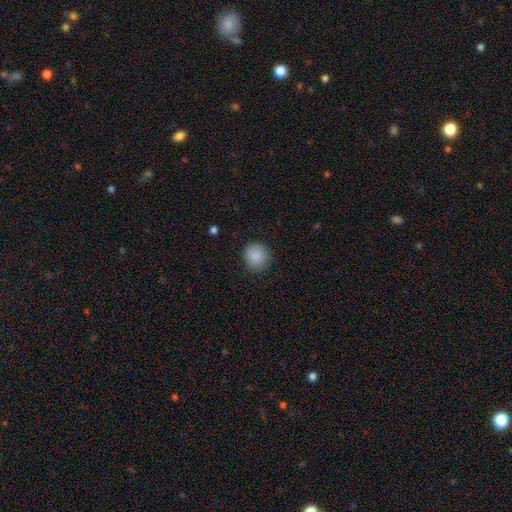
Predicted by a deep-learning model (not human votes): This is clearly a smooth galaxy (88%). How rounded: clearly round (87%). Merging: clearly none (86%).